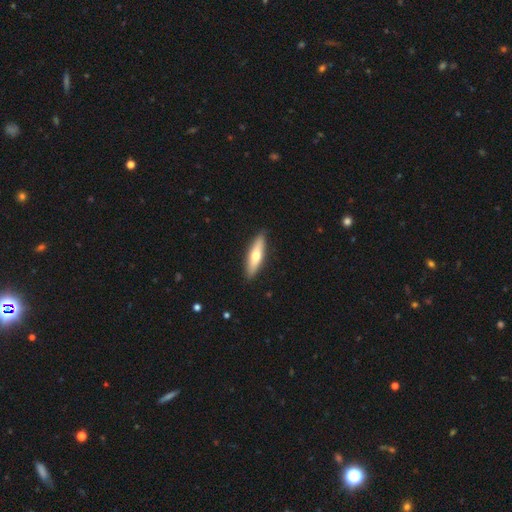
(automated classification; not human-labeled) The model was most divided on "smooth or featured": smooth: 58%, featured or disk: 37%, star or artifact: 5%. More confident: merging — none (90%); how rounded — cigar-shaped (69%).